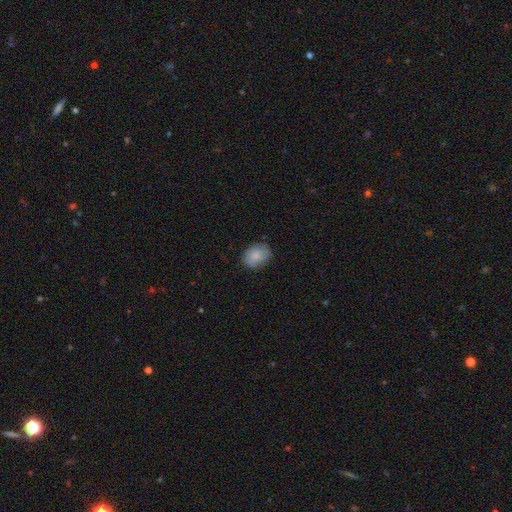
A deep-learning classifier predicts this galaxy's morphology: This is clearly a smooth galaxy (81%). How rounded: possibly in between (57%). Merging: likely none (75%).